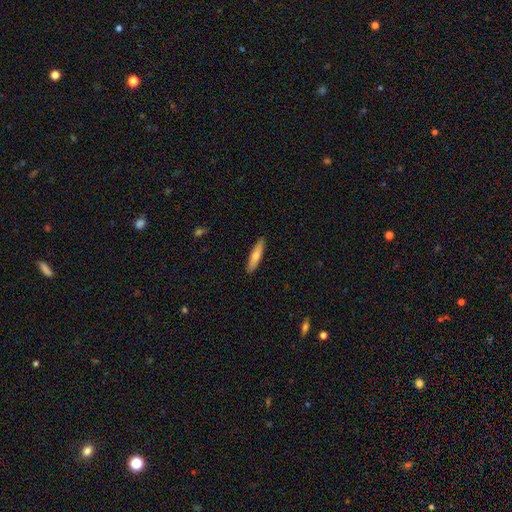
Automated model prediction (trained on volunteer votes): Smooth or featured? smooth (71%)
How rounded? cigar-shaped (82%)
Merging? none (90%)